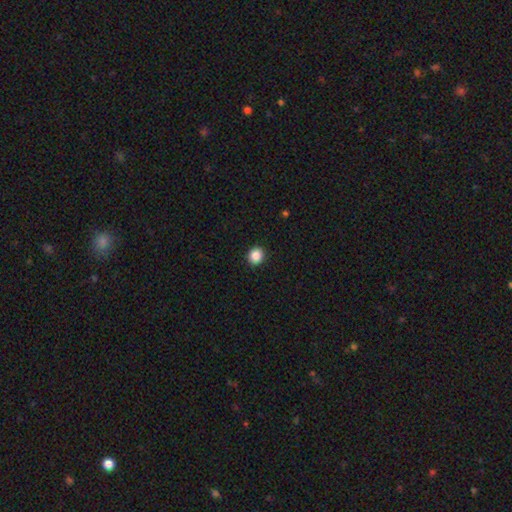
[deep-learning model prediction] A smooth galaxy with no disk features (87%) that is round (80%). Merging: none (92%).